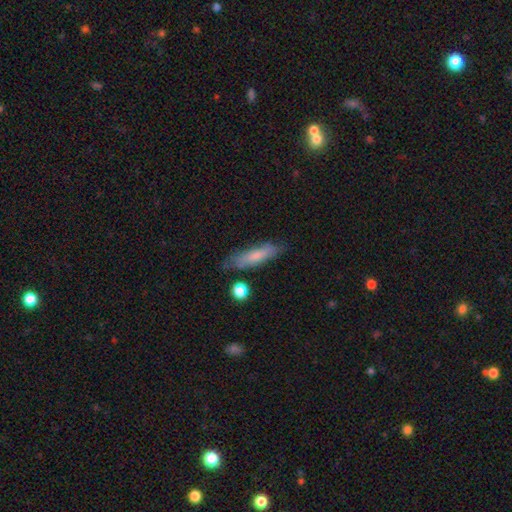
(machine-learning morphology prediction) Smooth or featured: smooth — 68% (featured or disk — 25%)
How rounded: cigar-shaped — 71% (in between — 27%)
Merging: none — 72% (minor disturbance — 19%)